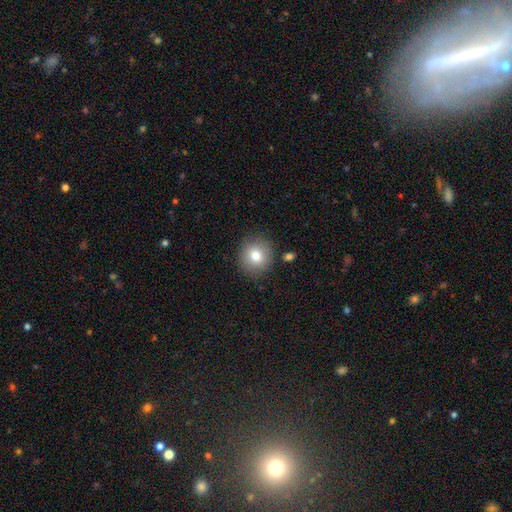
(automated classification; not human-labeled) The model was most divided on "smooth or featured": smooth: 78%, featured or disk: 12%, star or artifact: 10%. More confident: how rounded — round (88%); merging — none (85%).